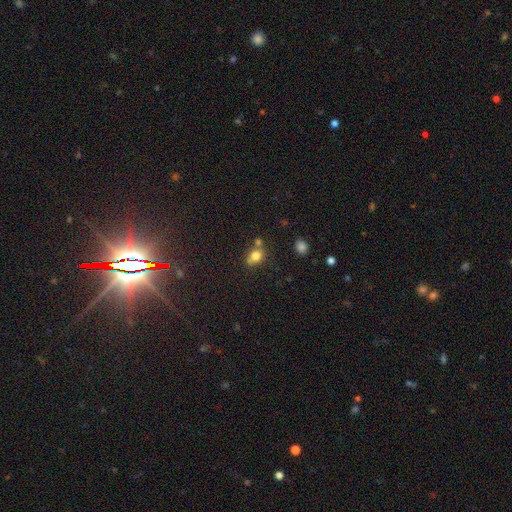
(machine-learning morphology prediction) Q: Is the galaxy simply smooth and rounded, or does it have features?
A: smooth — 76%.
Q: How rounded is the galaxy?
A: round — 55%.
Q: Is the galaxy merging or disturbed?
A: none — 52%.